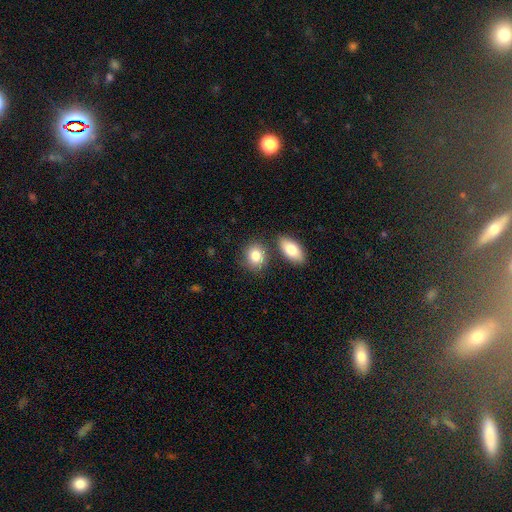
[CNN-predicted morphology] Smooth or featured: smooth — 83% (featured or disk — 10%)
How rounded: round — 52% (in between — 47%)
Merging: none — 69% (merger — 17%)